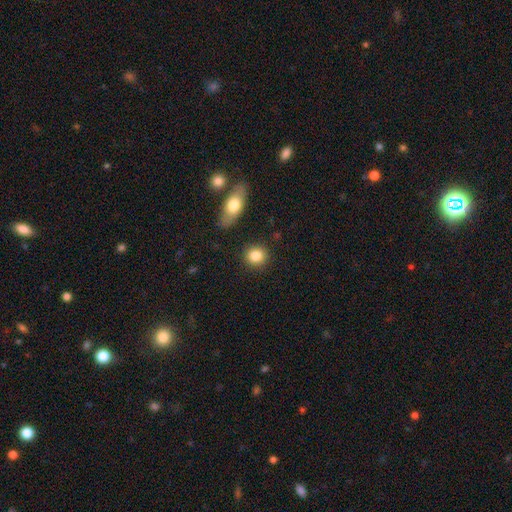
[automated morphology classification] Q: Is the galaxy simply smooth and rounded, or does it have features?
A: smooth — 85%.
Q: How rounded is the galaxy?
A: round — 83%.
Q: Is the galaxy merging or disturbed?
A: none — 88%.